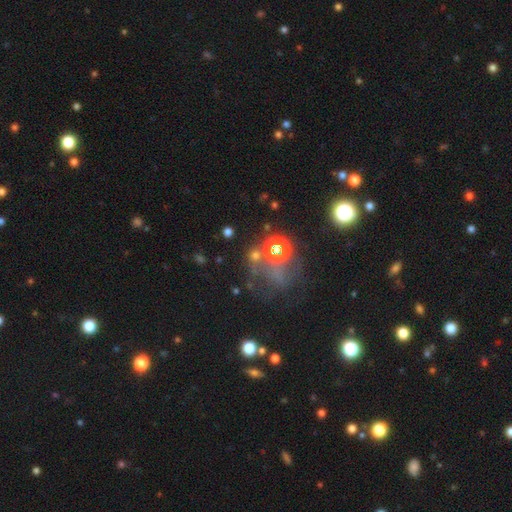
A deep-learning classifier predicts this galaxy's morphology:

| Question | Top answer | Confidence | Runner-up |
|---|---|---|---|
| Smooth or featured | smooth | 41% | star or artifact (38%) |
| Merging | none | 41% | major disturbance (24%) |